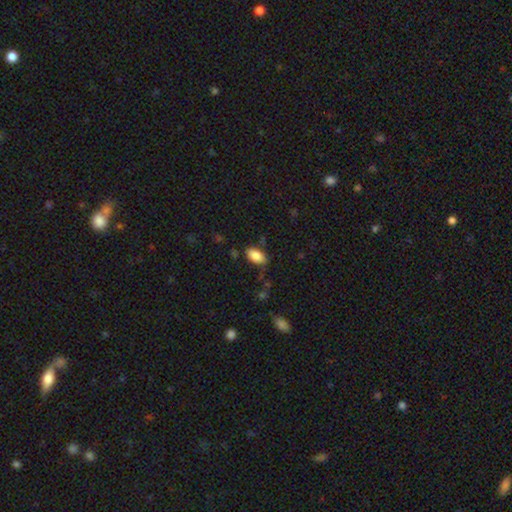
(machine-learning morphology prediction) smooth 86%, star or artifact 8%, featured or disk 7%. Down the decision tree: how rounded — in between (93%); merging — none (77%).